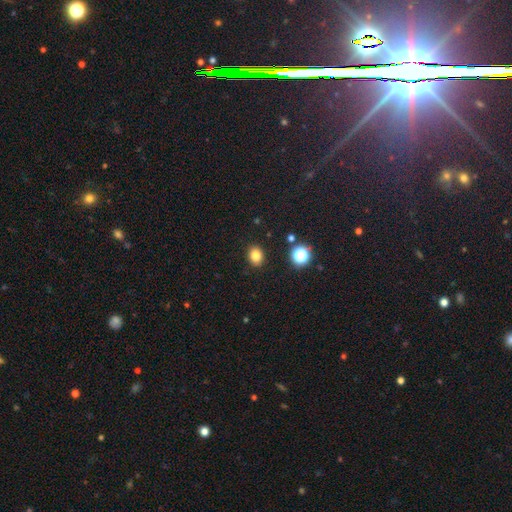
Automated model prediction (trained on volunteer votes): This appears to be a smooth galaxy with no disk features (81%) that is in between round and cigar-shaped (51%). Merging: none (89%).